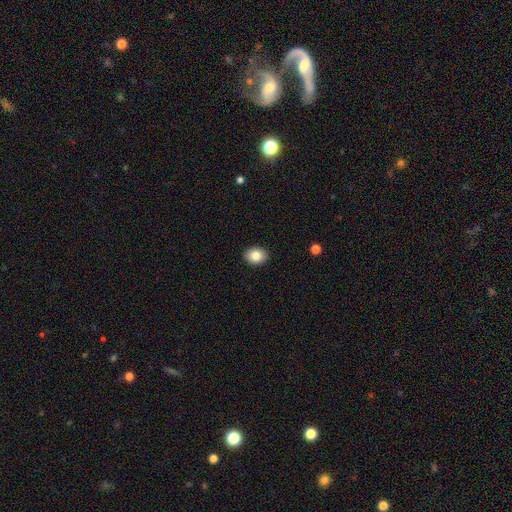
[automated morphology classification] smooth 85%, star or artifact 9%, featured or disk 6%. Down the decision tree: how rounded — in between (55%); merging — none (91%).